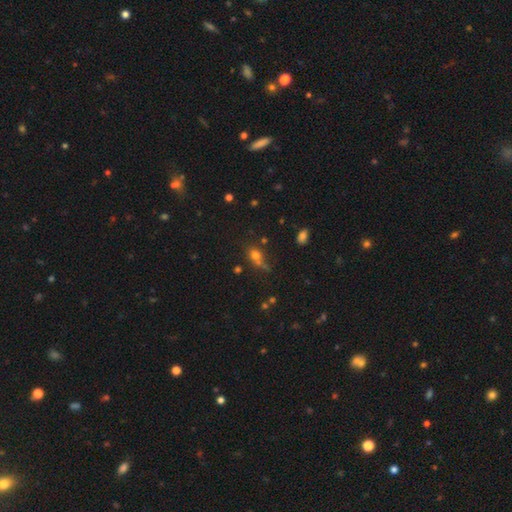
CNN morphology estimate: A smooth galaxy with no disk features (68%) that is round (63%).

Vote fractions:
- Smooth or featured? smooth: 68% / star or artifact: 20% / featured or disk: 12%
- How rounded? round: 63% / in between: 34% / cigar-shaped: 3%
- Merging? none: 47% / merger: 26% / minor disturbance: 16% / major disturbance: 11%